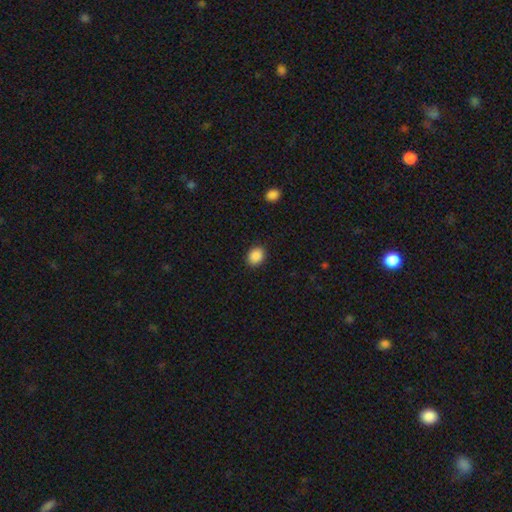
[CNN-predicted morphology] smooth-or-featured: smooth: 88% | star or artifact: 8% | featured or disk: 3%
  how-rounded: in between: 54% | round: 45% | cigar-shaped: 1%
  merging: none: 88% | minor disturbance: 8% | major disturbance: 2% | merger: 1%